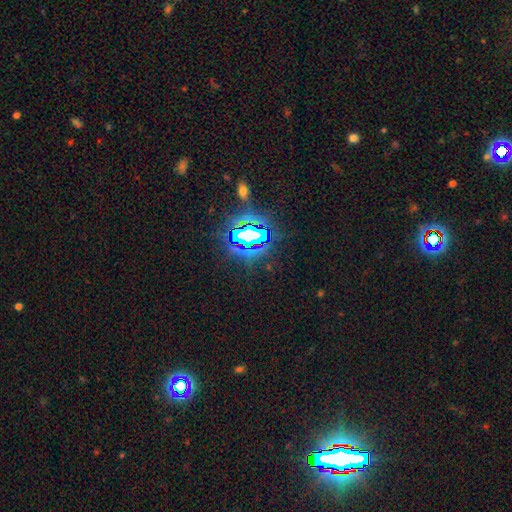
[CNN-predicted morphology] This is clearly a star or artifact rather than a galaxy (82%).